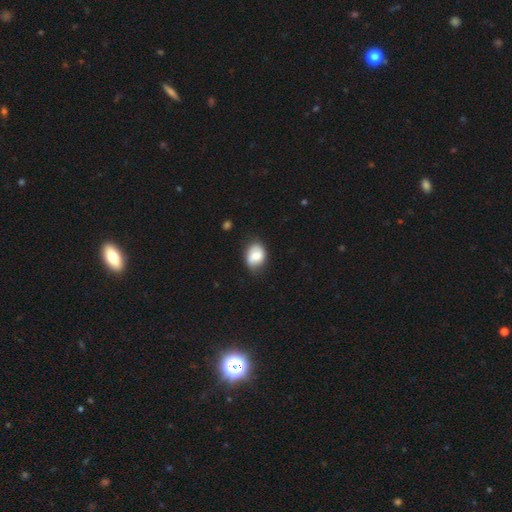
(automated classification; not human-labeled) Smooth or featured? Predicted: smooth (p=0.72). How rounded? Predicted: in between (p=0.65). Merging? Predicted: none (p=0.71).